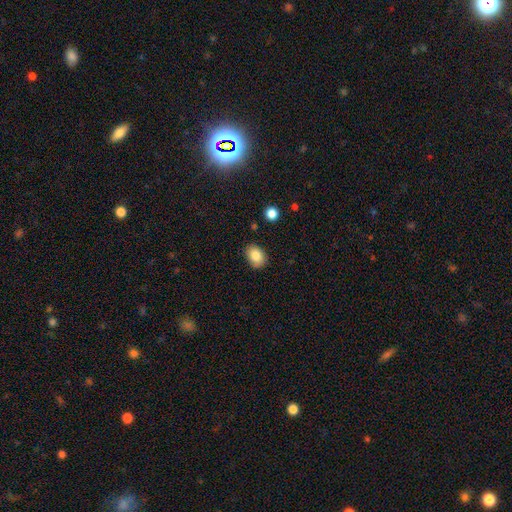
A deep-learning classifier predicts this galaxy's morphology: The model was most divided on "how rounded": in between: 73%, round: 26%, cigar-shaped: 1%. More confident: smooth or featured — smooth (85%); merging — none (83%).